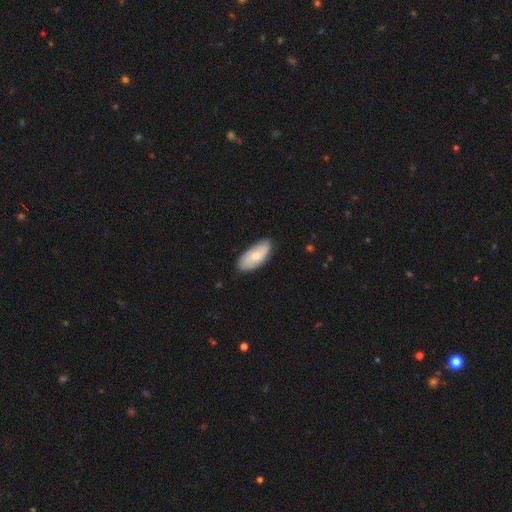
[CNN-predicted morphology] Q: Smooth or featured?
A: smooth (64%); runner-up: featured or disk (31%)
Q: How rounded?
A: in between (88%); runner-up: cigar-shaped (10%)
Q: Merging?
A: none (84%); runner-up: minor disturbance (13%)